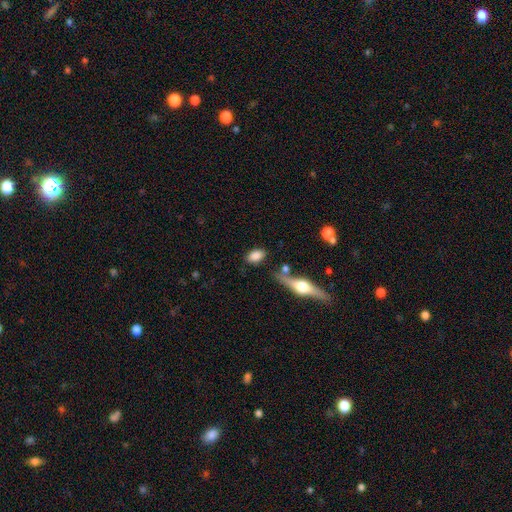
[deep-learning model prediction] This appears to be a smooth galaxy with no disk features (80%) that is in between round and cigar-shaped (87%). Merging: none (77%).